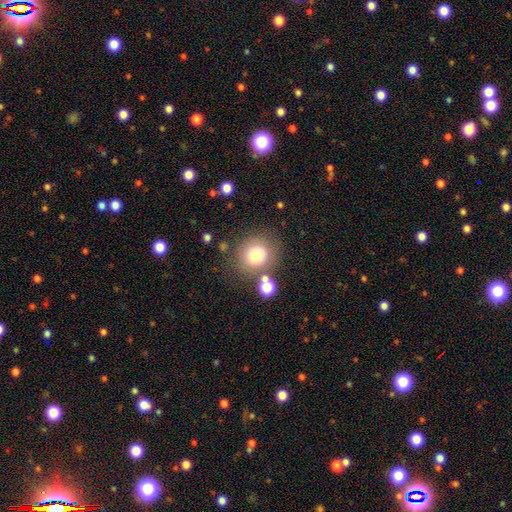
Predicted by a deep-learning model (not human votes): This appears to be a smooth galaxy with no disk features (75%) that is round (86%). Merging: none (73%).